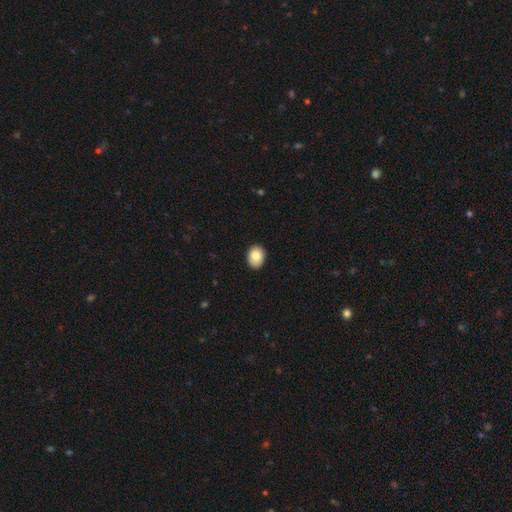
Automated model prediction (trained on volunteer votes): Smooth or featured: smooth — 81% (featured or disk — 11%)
How rounded: in between — 64% (round — 35%)
Merging: none — 90% (minor disturbance — 8%)